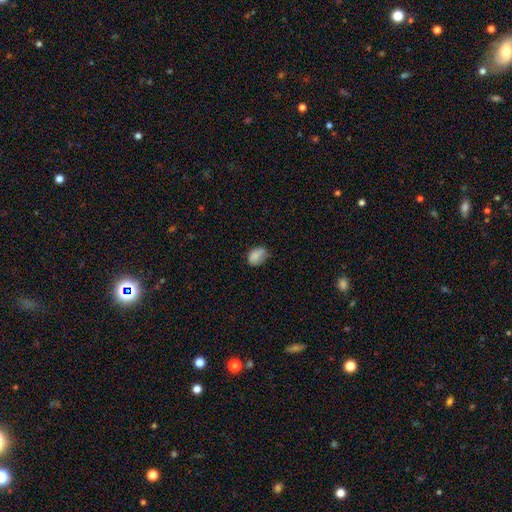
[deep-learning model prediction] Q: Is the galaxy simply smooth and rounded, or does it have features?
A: smooth — 82%.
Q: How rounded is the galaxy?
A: in between — 75%.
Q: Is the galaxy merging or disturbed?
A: none — 60%.